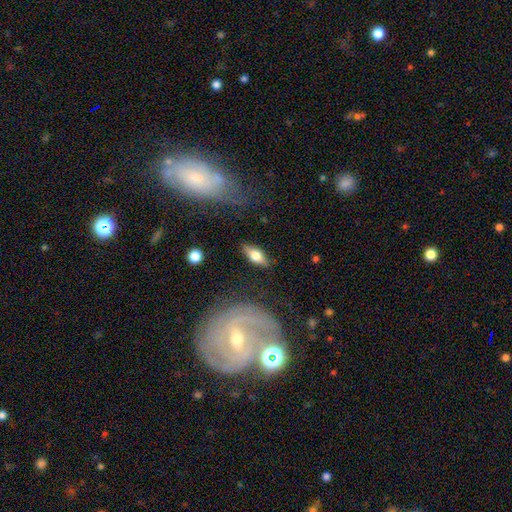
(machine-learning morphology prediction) Smooth or featured?
  - smooth: 56% *
  - featured or disk: 37%
  - star or artifact: 7%
How rounded?
  - in between: 72% *
  - cigar-shaped: 24%
  - round: 4%
Merging?
  - none: 83% *
  - minor disturbance: 12%
  - major disturbance: 3%
  - merger: 2%